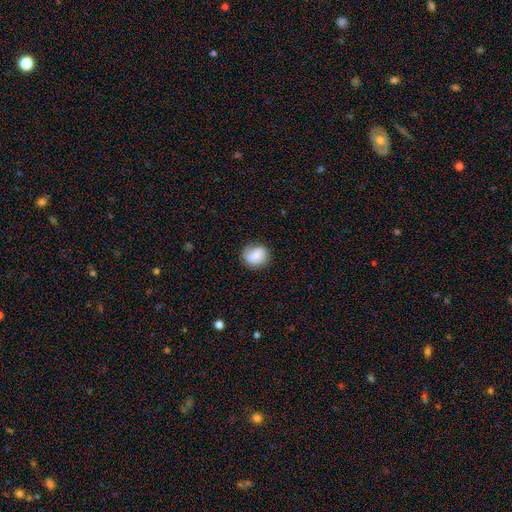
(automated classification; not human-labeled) Smooth or featured? Predicted: smooth (p=0.71). How rounded? Predicted: round (p=0.73). Merging? Predicted: none (p=0.77).